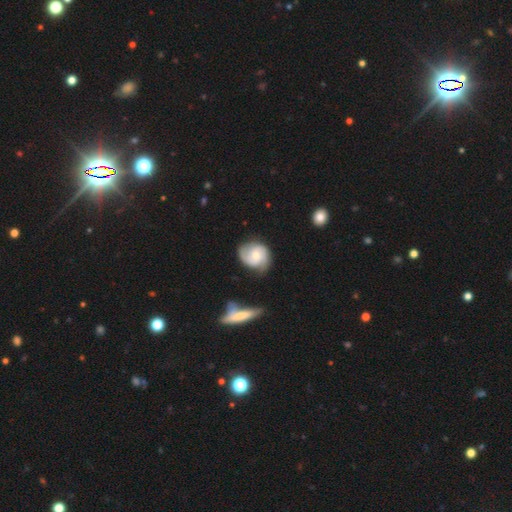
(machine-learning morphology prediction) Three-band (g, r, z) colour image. It shows a featured or disk galaxy (70%) with no bar (61%), 2 (72%) medium (42%) spiral arms (93%) and a moderate central bulge (56%). Merging: none (69%).